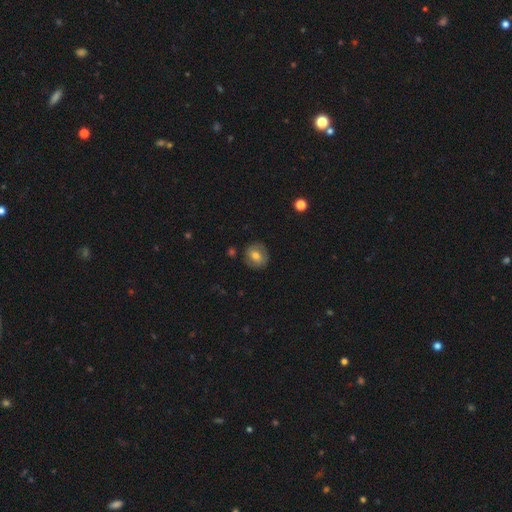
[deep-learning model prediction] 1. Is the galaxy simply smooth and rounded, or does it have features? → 62% smooth, 29% featured or disk, 9% star or artifact.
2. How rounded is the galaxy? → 80% round, 19% in between, 1% cigar-shaped.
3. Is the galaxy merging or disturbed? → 82% none, 12% minor disturbance, 3% major disturbance, 2% merger.